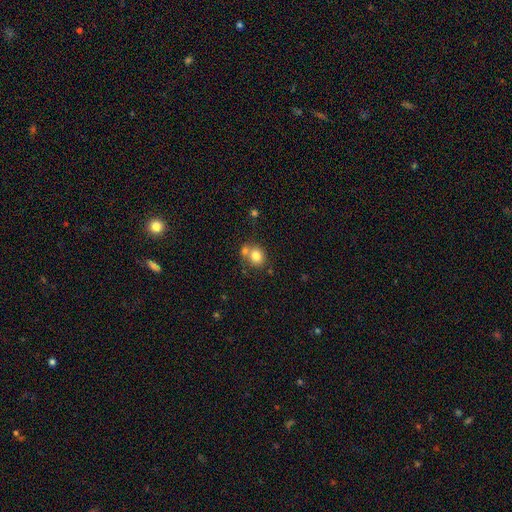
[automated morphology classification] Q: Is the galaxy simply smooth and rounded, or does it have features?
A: smooth — 79%.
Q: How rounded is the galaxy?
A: round — 73%.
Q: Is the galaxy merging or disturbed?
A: none — 52%.